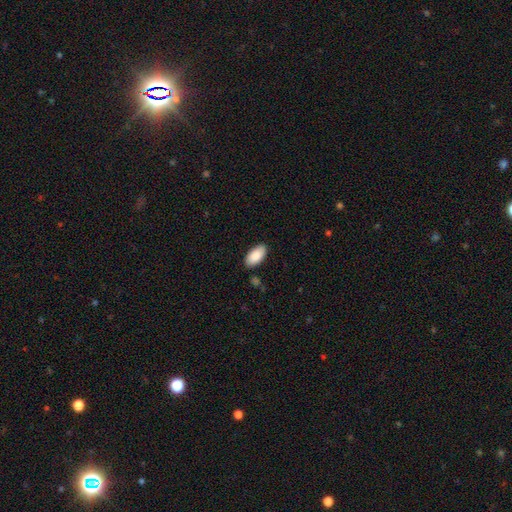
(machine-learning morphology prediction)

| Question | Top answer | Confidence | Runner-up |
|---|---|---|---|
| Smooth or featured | smooth | 89% | star or artifact (6%) |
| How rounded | in between | 94% | cigar-shaped (4%) |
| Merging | none | 86% | minor disturbance (10%) |